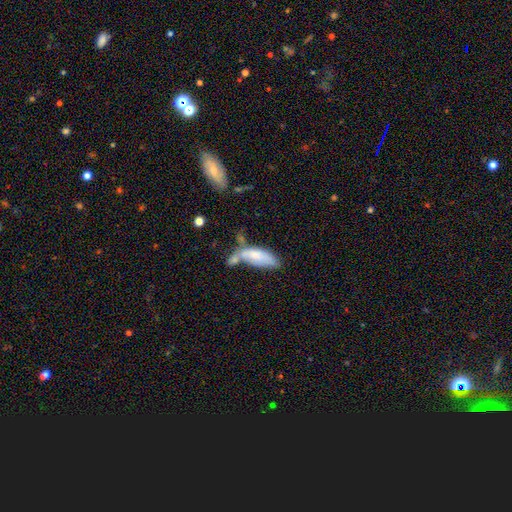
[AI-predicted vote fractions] smooth 68%, featured or disk 25%, star or artifact 7%. Down the decision tree: how rounded — in between (66%); merging — merger (42%).